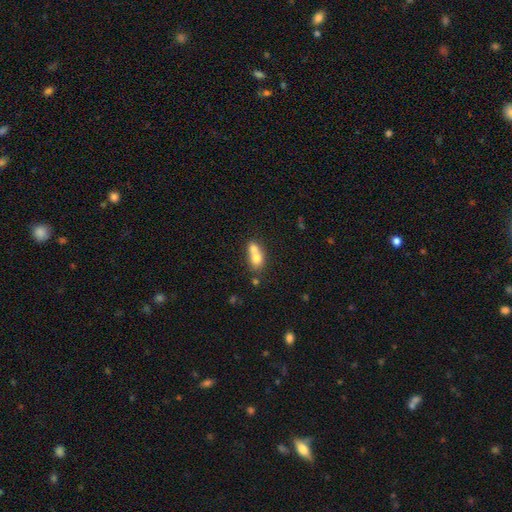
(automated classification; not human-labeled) Morphology: type=smooth (69%); roundness=in between (57%); merging=merger (68%).